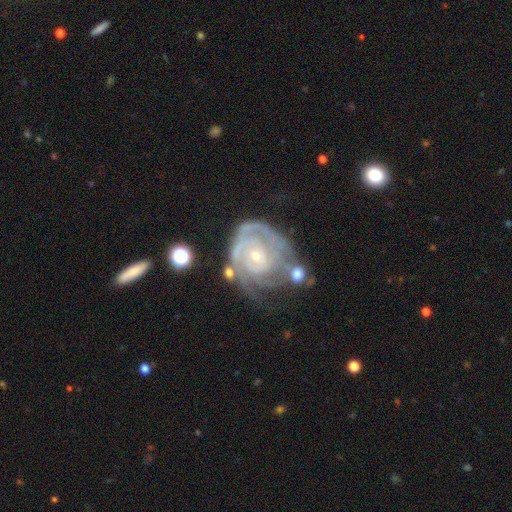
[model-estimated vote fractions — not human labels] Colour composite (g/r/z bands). It shows a featured or disk galaxy (85%) with no bar (71%), tight (72%) spiral arms (92%) and a small central bulge (76%). Merging: none (43%).